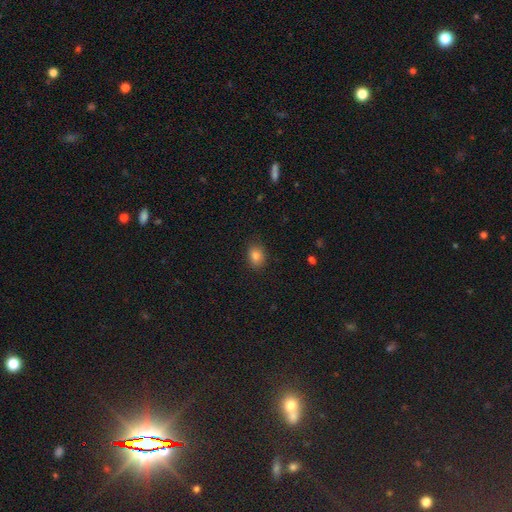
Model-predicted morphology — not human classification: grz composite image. It shows a smooth galaxy with no disk features (83%) that is in between round and cigar-shaped (61%). Merging: none (84%).